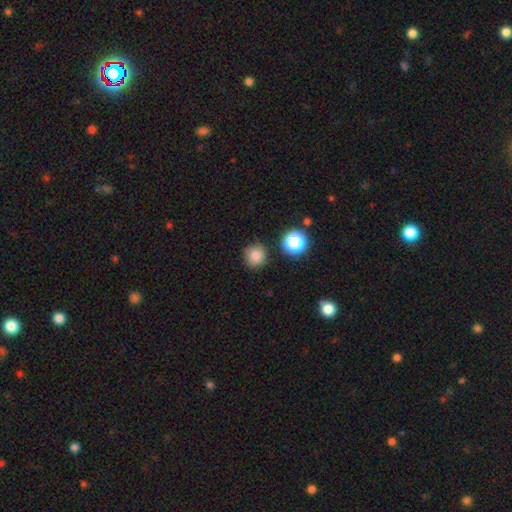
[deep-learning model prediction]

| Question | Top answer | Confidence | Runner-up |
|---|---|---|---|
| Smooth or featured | smooth | 80% | star or artifact (14%) |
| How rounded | round | 91% | in between (8%) |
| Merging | none | 85% | minor disturbance (9%) |